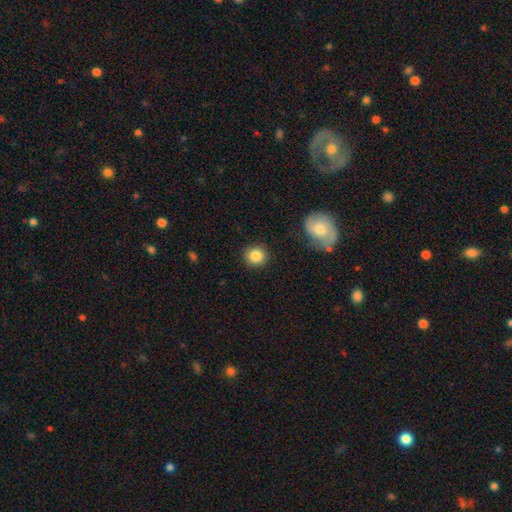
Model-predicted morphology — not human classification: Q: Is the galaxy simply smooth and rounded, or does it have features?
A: smooth — 86%.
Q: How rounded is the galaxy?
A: round — 89%.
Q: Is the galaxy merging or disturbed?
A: none — 89%.